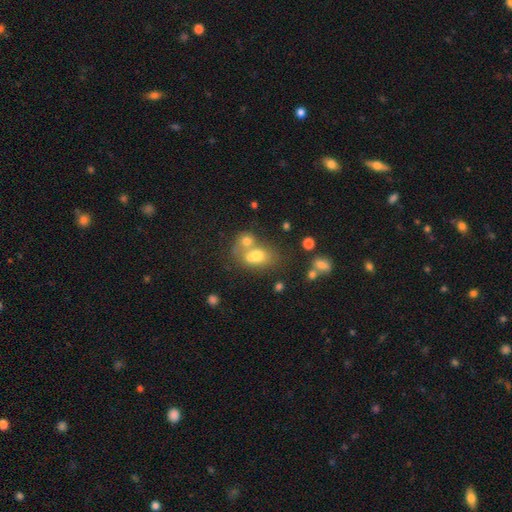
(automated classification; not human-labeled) Q: Smooth or featured?
A: smooth (64%); runner-up: featured or disk (23%)
Q: How rounded?
A: in between (63%); runner-up: round (36%)
Q: Merging?
A: merger (57%); runner-up: none (28%)